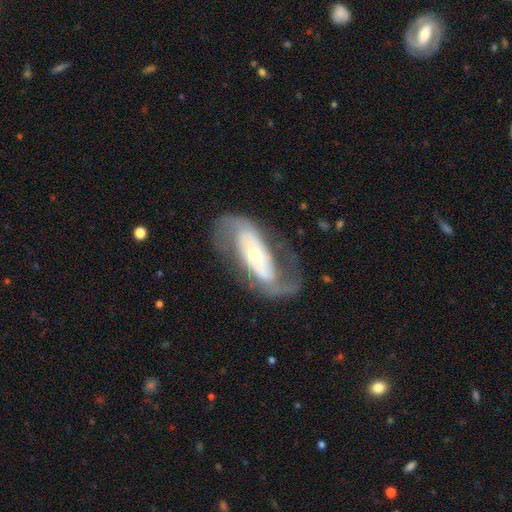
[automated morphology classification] smooth-or-featured: featured or disk: 82% | smooth: 13% | star or artifact: 5%
  disk-edge-on: no: 92% | yes: 8%
    bar: no: 40% | strong: 35% | weak: 25%
    has-spiral-arms: yes: 90% | no: 10%
      spiral-winding: medium: 43% | loose: 37% | tight: 20%
      spiral-arm-count: 2: 88% | can't tell: 6% | 1: 3% | 3: 1% | 4: 1% | more than 4: 1%
    bulge-size: small: 55% | moderate: 34% | large: 7% | dominant: 2% | none: 2%
  merging: none: 66% | major disturbance: 16% | minor disturbance: 16% | merger: 2%